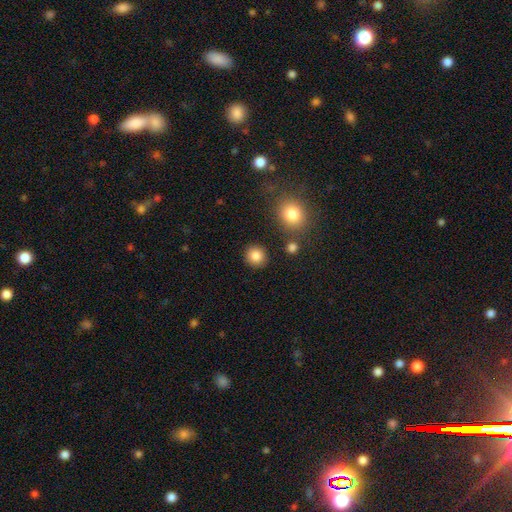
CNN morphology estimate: Smooth or featured?
  - smooth: 86% *
  - star or artifact: 10%
  - featured or disk: 5%
How rounded?
  - round: 90% *
  - in between: 9%
  - cigar-shaped: 1%
Merging?
  - none: 89% *
  - minor disturbance: 6%
  - merger: 3%
  - major disturbance: 2%